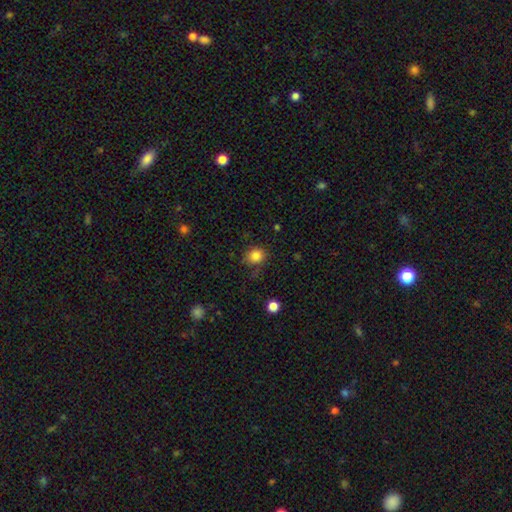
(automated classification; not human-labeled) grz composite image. It shows a smooth galaxy with no disk features (84%) that is round (73%). Merging: none (73%).